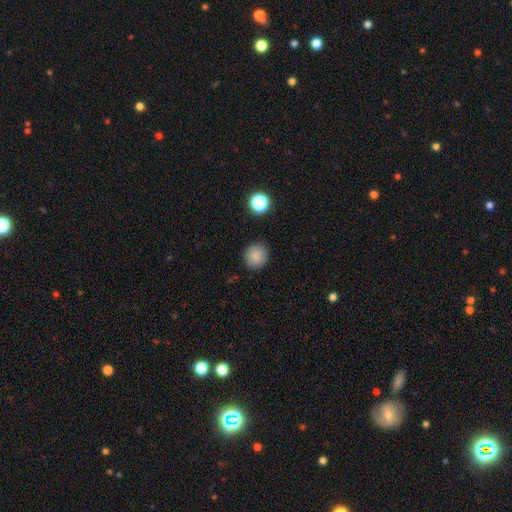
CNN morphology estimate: Overall: smooth (85%). How rounded: round (91%). Merging: none (89%).